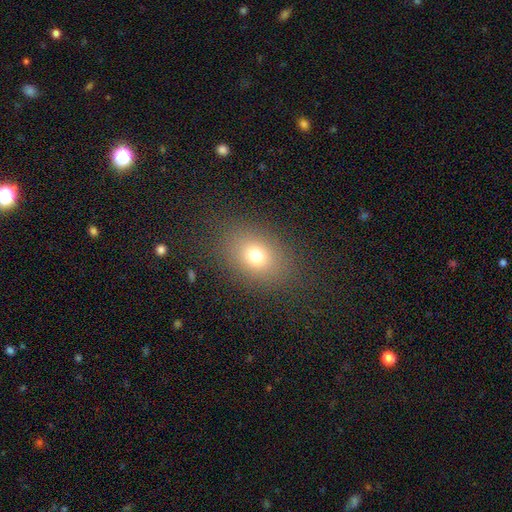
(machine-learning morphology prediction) The model was most divided on "how rounded": in between: 60%, round: 39%, cigar-shaped: 1%. More confident: merging — none (83%); smooth or featured — smooth (72%).